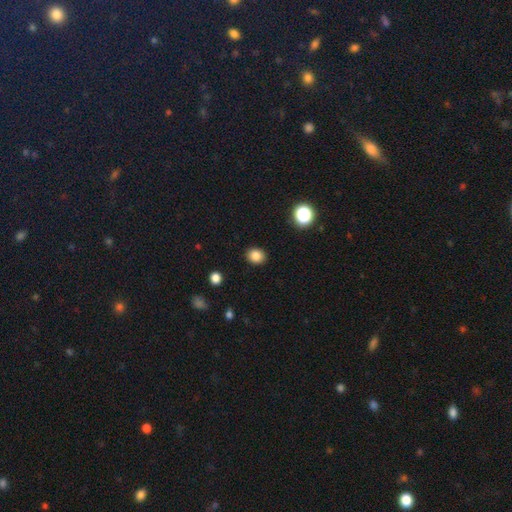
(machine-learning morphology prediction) type=smooth (84%); roundness=round (61%); merging=none (90%).